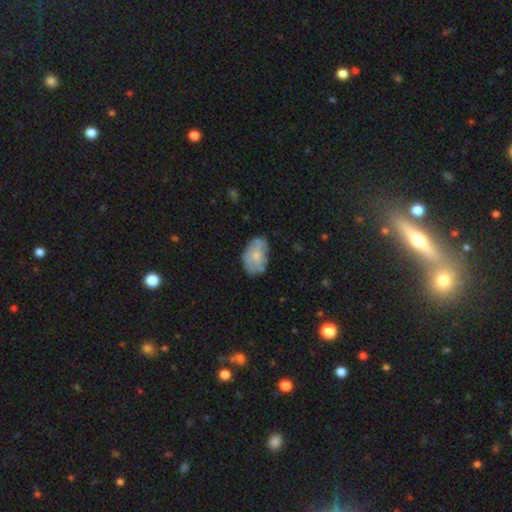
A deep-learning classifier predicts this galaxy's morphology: Smooth or featured? Predicted: smooth (p=0.58). How rounded? Predicted: in between (p=0.89). Merging? Predicted: none (p=0.59).